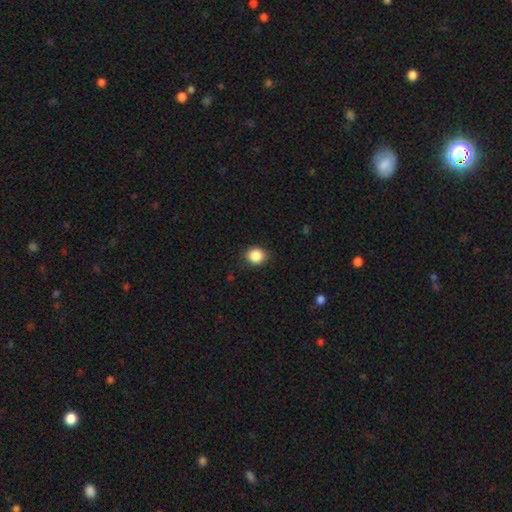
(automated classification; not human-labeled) Overall: smooth (87%). How rounded: round (75%). Merging: none (86%).